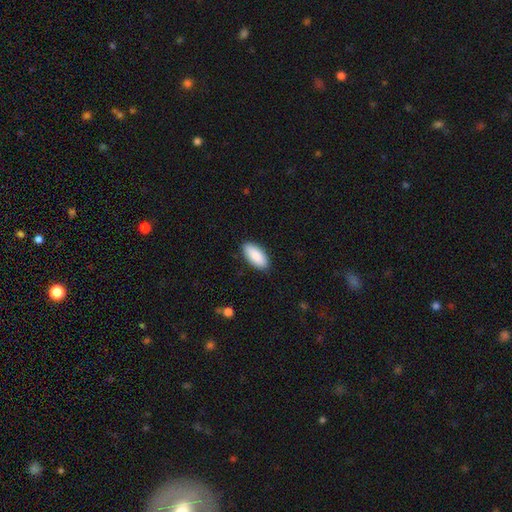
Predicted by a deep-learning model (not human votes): A smooth galaxy with no disk features (89%) that is in between round and cigar-shaped (89%). Merging: none (89%).